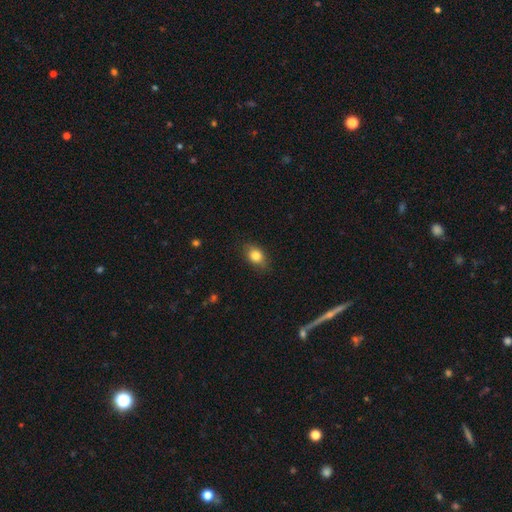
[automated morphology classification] Smooth or featured? smooth (82%)
How rounded? in between (71%)
Merging? none (82%)